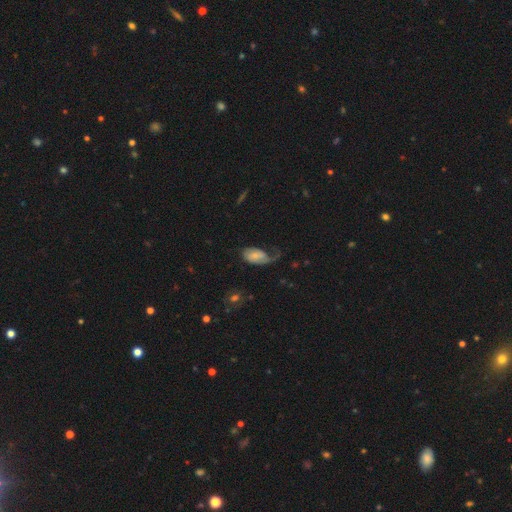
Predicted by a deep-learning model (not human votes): Morphology: type=featured or disk (50%); merging=major disturbance (43%).